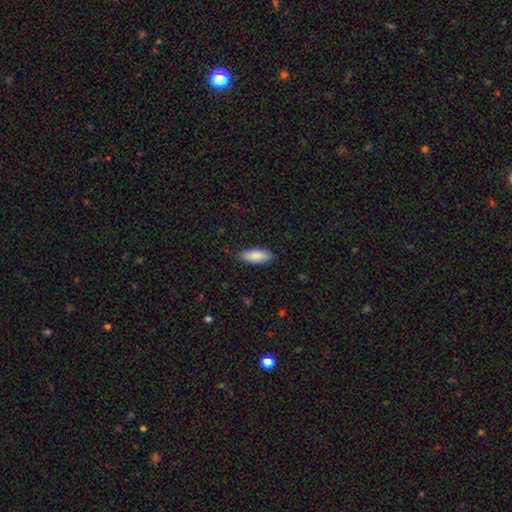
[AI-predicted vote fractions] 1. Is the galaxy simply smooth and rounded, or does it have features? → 86% smooth, 8% featured or disk, 6% star or artifact.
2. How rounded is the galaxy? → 78% in between, 21% cigar-shaped, 2% round.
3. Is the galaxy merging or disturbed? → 85% none, 12% minor disturbance, 2% major disturbance, 1% merger.